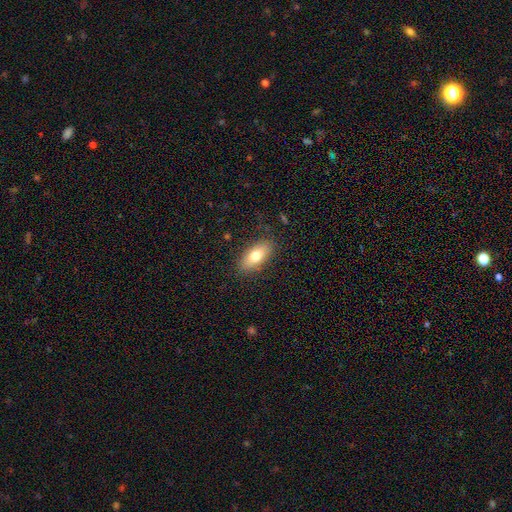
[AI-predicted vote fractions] Morphology: type=smooth (74%); roundness=in between (84%); merging=none (85%).